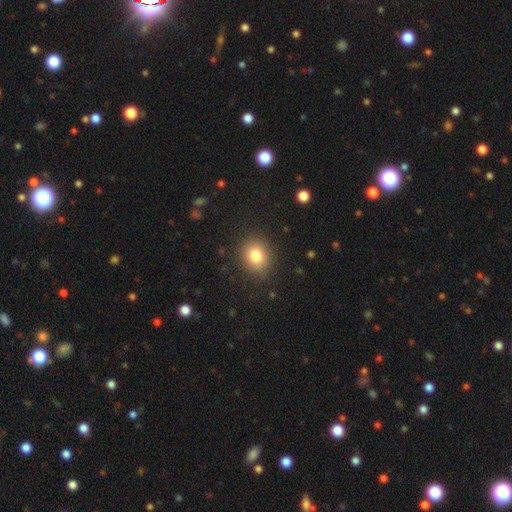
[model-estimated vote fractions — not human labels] Morphology: type=smooth (81%); roundness=round (72%); merging=none (87%).